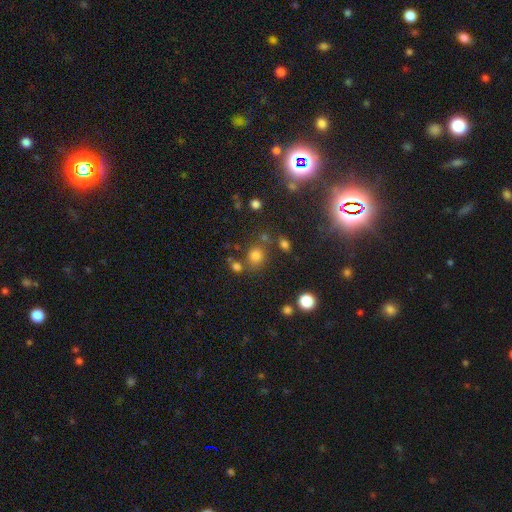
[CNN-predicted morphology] Smooth or featured? Predicted: smooth (p=0.75). How rounded? Predicted: round (p=0.77). Merging? Predicted: none (p=0.68).